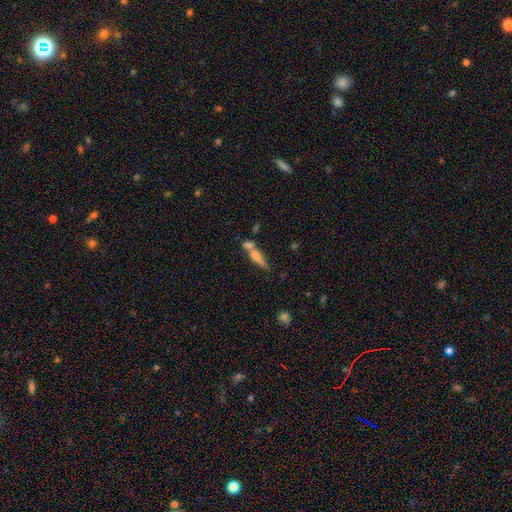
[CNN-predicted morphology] Smooth or featured: smooth — 52% (featured or disk — 37%)
How rounded: cigar-shaped — 67% (in between — 29%)
Merging: merger — 44% (none — 36%)